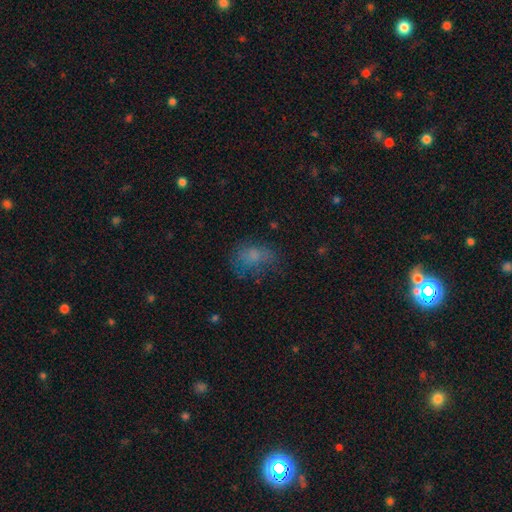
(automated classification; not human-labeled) A smooth galaxy with no disk features (65%) that is in between round and cigar-shaped (69%).

Vote fractions:
- Smooth or featured? smooth: 65% / featured or disk: 19% / star or artifact: 16%
- How rounded? in between: 69% / round: 29% / cigar-shaped: 2%
- Merging? none: 51% / minor disturbance: 24% / major disturbance: 23% / merger: 2%